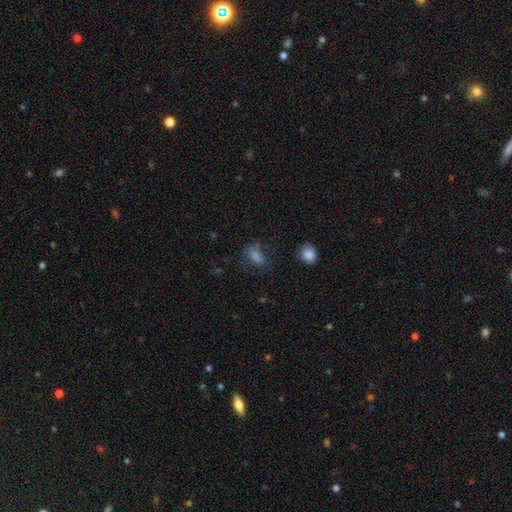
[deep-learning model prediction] Q: Smooth or featured?
A: smooth (65%); runner-up: star or artifact (21%)
Q: How rounded?
A: in between (77%); runner-up: round (17%)
Q: Merging?
A: none (66%); runner-up: minor disturbance (19%)